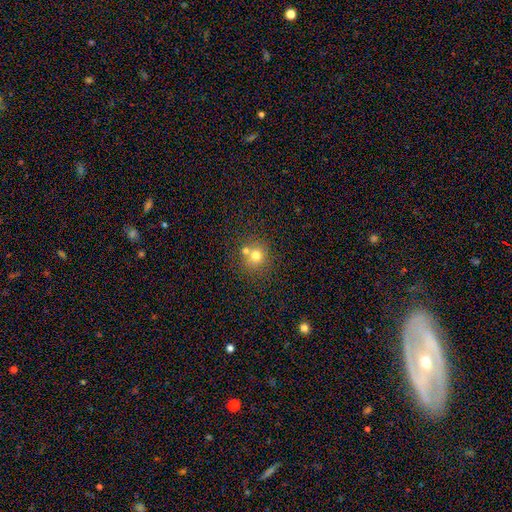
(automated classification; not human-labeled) smooth-or-featured: smooth: 73% | star or artifact: 15% | featured or disk: 12%
  how-rounded: round: 88% | in between: 11% | cigar-shaped: 1%
  merging: none: 60% | merger: 28% | minor disturbance: 8% | major disturbance: 3%